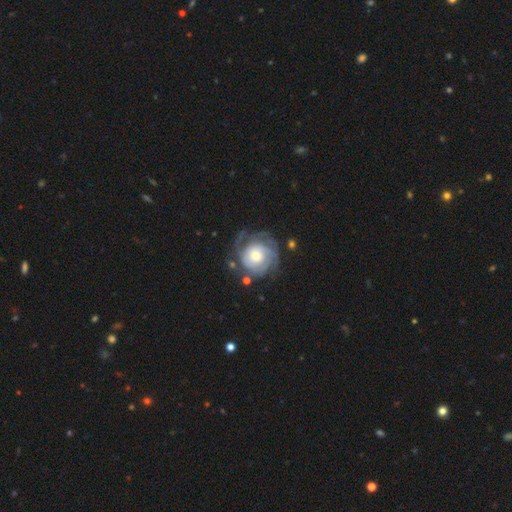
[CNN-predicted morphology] A featured or disk galaxy (77%) with no bar (75%), tight (68%) spiral arms (90%) and a moderate central bulge (50%).

Vote fractions:
- Smooth or featured? featured or disk: 77% / smooth: 17% / star or artifact: 6%
- Edge-on disk? no: 98% / yes: 2%
- Bar? no: 75% / weak: 20% / strong: 4%
- Spiral arms? yes: 90% / no: 10%
- Spiral winding? tight: 68% / medium: 24% / loose: 9%
- Spiral arm count? can't tell: 43% / 2: 20% / 3: 16% / 4: 9% / more than 4: 6% / 1: 6%
- Bulge size? moderate: 50% / small: 30% / large: 16% / dominant: 2% / none: 2%
- Merging? none: 66% / minor disturbance: 18% / major disturbance: 13% / merger: 3%